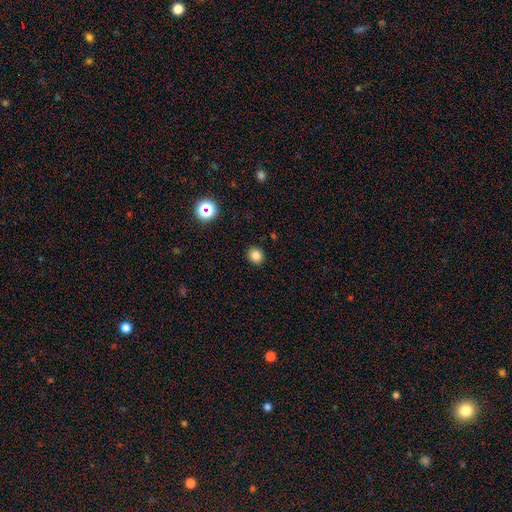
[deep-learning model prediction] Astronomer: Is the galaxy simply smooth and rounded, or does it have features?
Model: smooth — 82%.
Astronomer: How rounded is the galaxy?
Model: round — 80%.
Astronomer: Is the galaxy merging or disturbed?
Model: none — 91%.